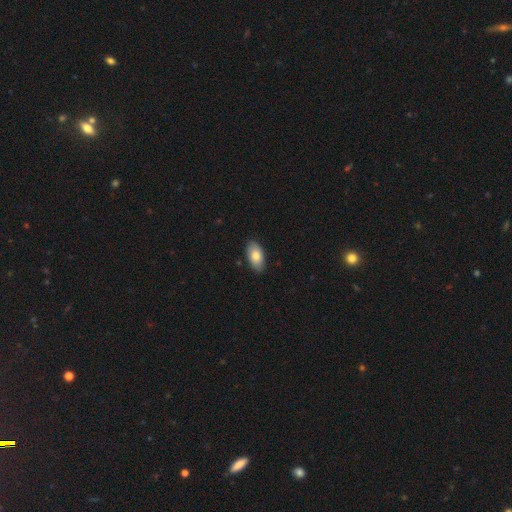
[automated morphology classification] The model was most divided on "smooth or featured": smooth: 81%, featured or disk: 12%, star or artifact: 6%. More confident: how rounded — in between (94%); merging — none (88%).